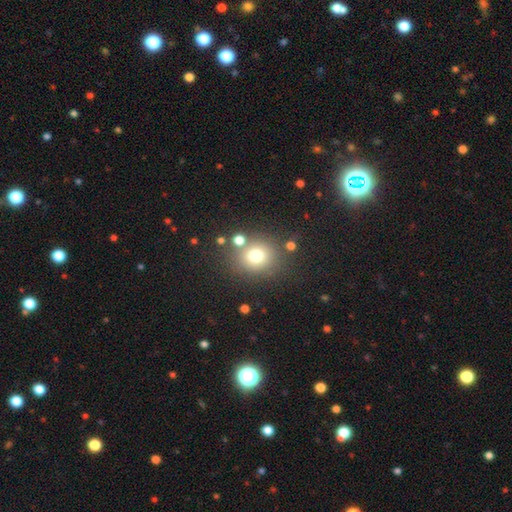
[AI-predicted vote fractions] This is likely a smooth galaxy (74%). How rounded: clearly round (83%). Merging: likely none (75%).